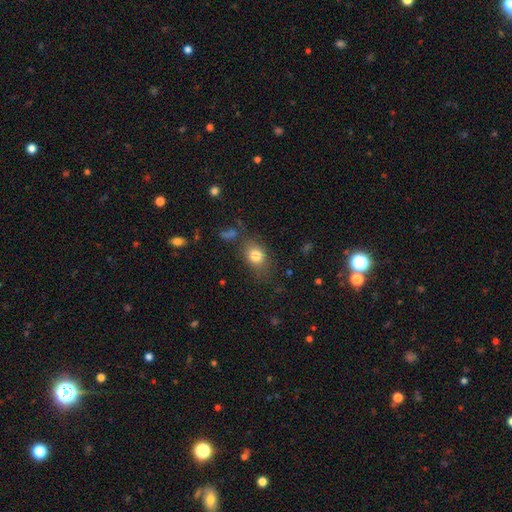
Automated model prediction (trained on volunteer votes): smooth-or-featured: smooth: 81% | star or artifact: 10% | featured or disk: 10%
  how-rounded: in between: 63% | round: 35% | cigar-shaped: 2%
  merging: none: 71% | minor disturbance: 18% | major disturbance: 7% | merger: 4%